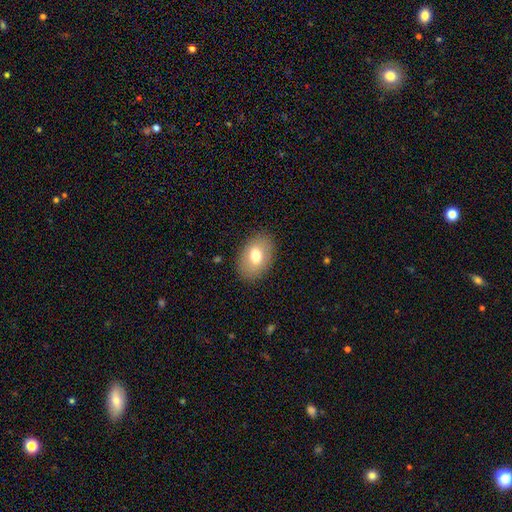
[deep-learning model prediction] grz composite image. It shows a smooth galaxy with no disk features (74%) that is in between round and cigar-shaped (83%). Merging: none (86%).